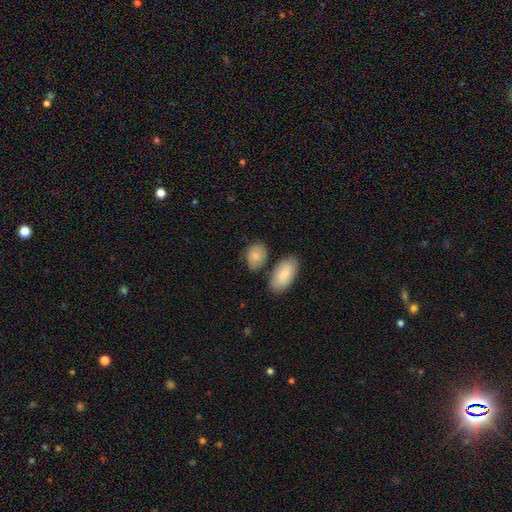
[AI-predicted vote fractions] This is clearly a smooth galaxy (81%). How rounded: likely in between (77%). Merging: likely none (63%).